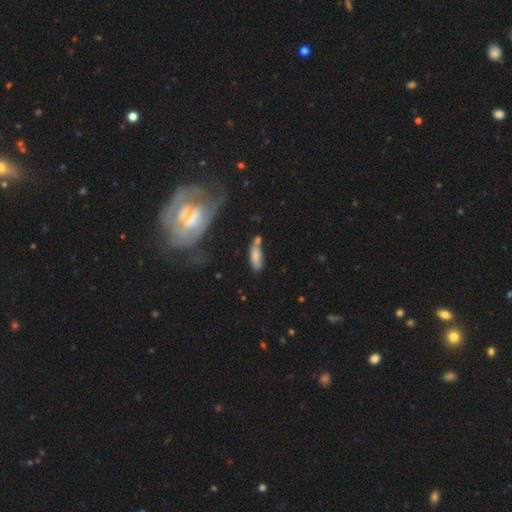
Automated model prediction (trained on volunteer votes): Q: Smooth or featured?
A: smooth (73%); runner-up: featured or disk (19%)
Q: How rounded?
A: in between (64%); runner-up: cigar-shaped (34%)
Q: Merging?
A: none (49%); runner-up: minor disturbance (24%)